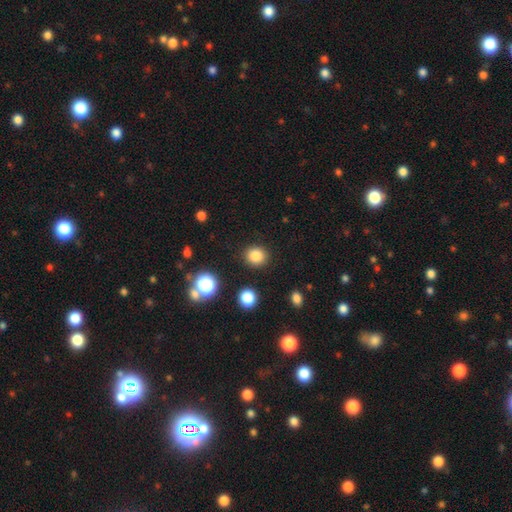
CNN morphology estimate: Smooth or featured? Predicted: smooth (p=0.83). How rounded? Predicted: round (p=0.83). Merging? Predicted: none (p=0.89).